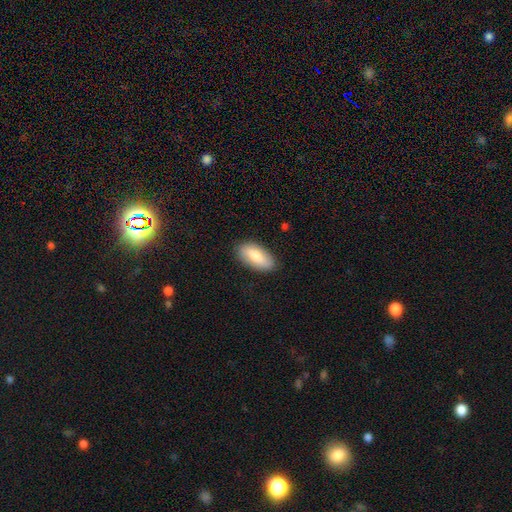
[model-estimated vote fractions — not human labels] Overall: smooth (74%). How rounded: in between (89%). Merging: none (86%).